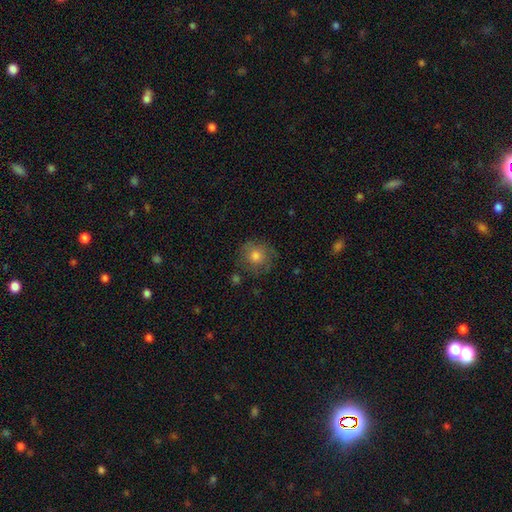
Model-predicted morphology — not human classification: Smooth or featured? smooth (74%)
How rounded? round (90%)
Merging? none (76%)